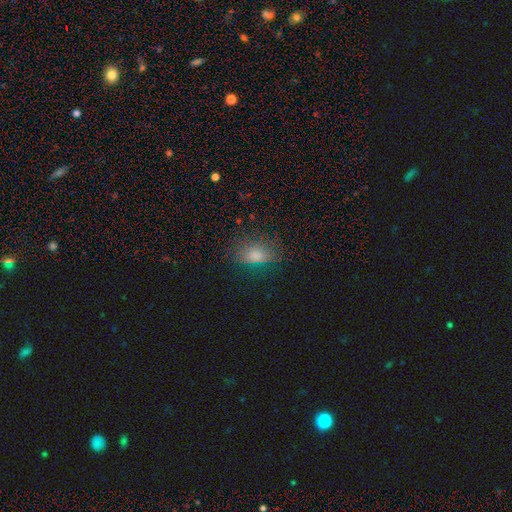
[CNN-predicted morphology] A smooth galaxy with no disk features (74%) that is in between round and cigar-shaped (78%). Merging: none (77%).